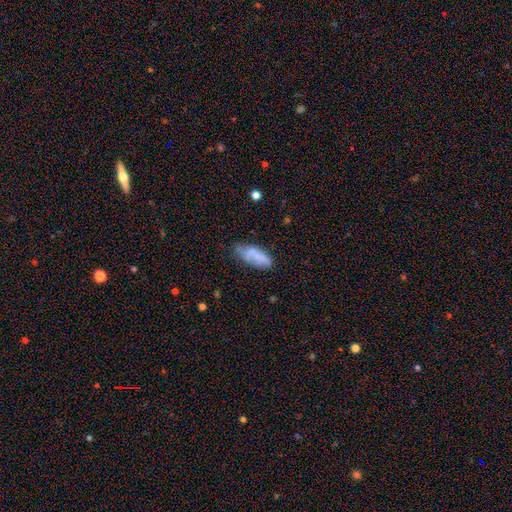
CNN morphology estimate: This appears to be a smooth galaxy with no disk features (72%) that is in between round and cigar-shaped (80%). Merging: none (49%).